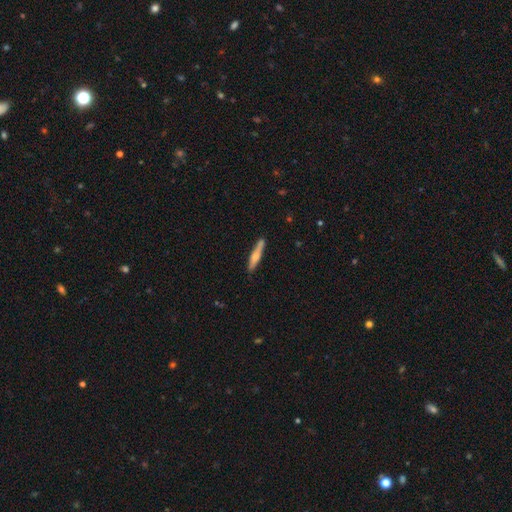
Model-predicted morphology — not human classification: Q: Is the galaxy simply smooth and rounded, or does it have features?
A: smooth — 57%.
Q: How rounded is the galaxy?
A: cigar-shaped — 91%.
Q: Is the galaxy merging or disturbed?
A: none — 84%.